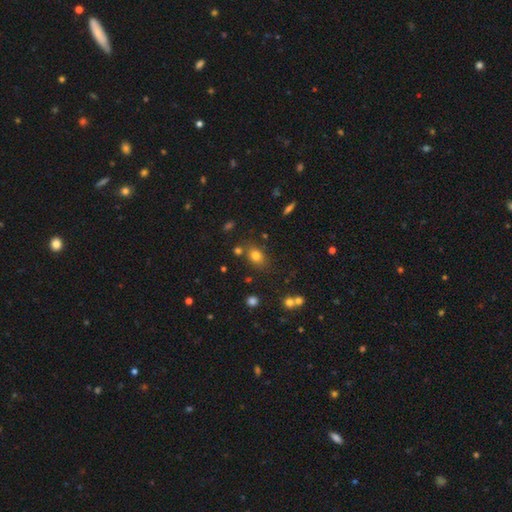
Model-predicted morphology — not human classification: The model was most divided on "how rounded": in between: 60%, round: 38%, cigar-shaped: 2%. More confident: smooth or featured — smooth (77%); merging — none (73%).